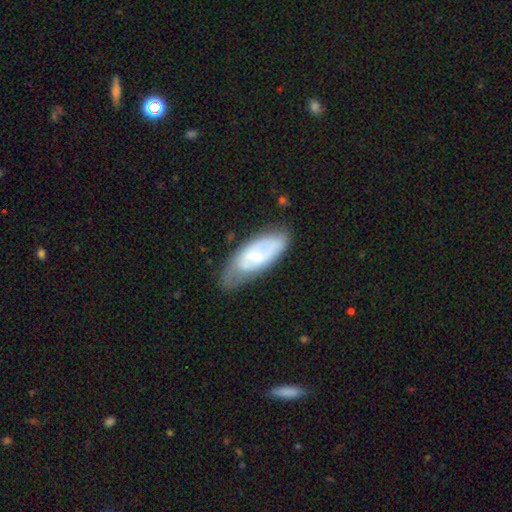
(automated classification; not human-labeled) smooth-or-featured: featured or disk: 56% | smooth: 38% | star or artifact: 6%
  disk-edge-on: no: 89% | yes: 11%
    bar: weak: 45% | no: 36% | strong: 19%
    has-spiral-arms: yes: 66% | no: 34%
    bulge-size: small: 54% | moderate: 36% | none: 6% | large: 3% | dominant: 1%
  merging: none: 60% | minor disturbance: 29% | major disturbance: 9% | merger: 2%